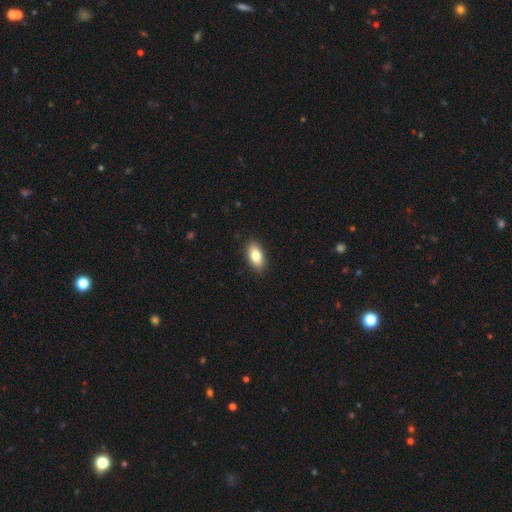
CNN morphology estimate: A smooth galaxy with no disk features (82%) that is in between round and cigar-shaped (90%). Merging: none (89%).